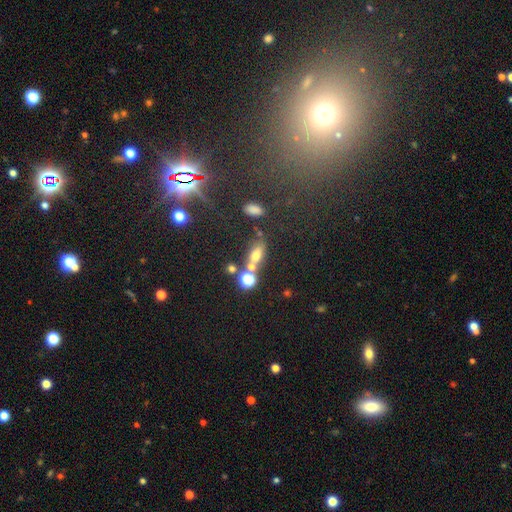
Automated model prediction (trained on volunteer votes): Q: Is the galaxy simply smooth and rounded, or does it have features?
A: smooth — 60%.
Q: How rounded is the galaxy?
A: in between — 63%.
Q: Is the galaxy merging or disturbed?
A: none — 54%.